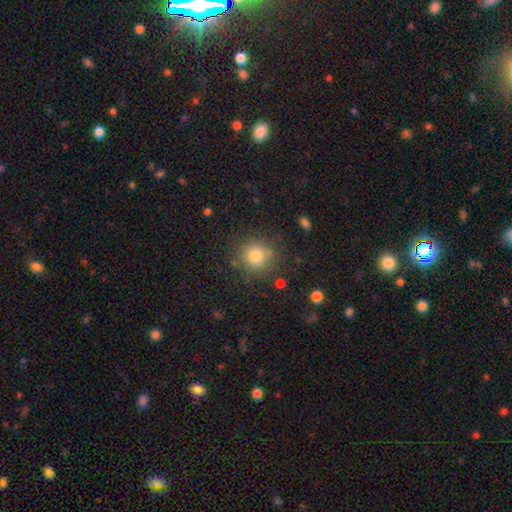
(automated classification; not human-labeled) smooth_or_featured: smooth (p=0.81) [alt: star or artifact p=0.11]
how_rounded: round (p=0.88) [alt: in between p=0.11]
merging: none (p=0.80) [alt: minor disturbance p=0.13]